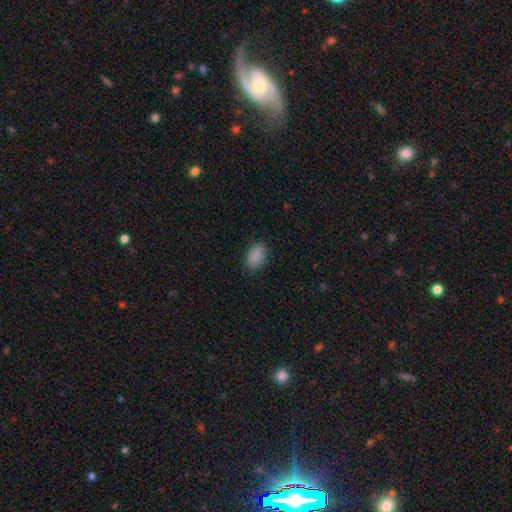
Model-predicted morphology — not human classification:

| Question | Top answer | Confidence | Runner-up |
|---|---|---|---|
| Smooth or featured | smooth | 88% | star or artifact (9%) |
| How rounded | in between | 87% | round (12%) |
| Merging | none | 85% | minor disturbance (12%) |